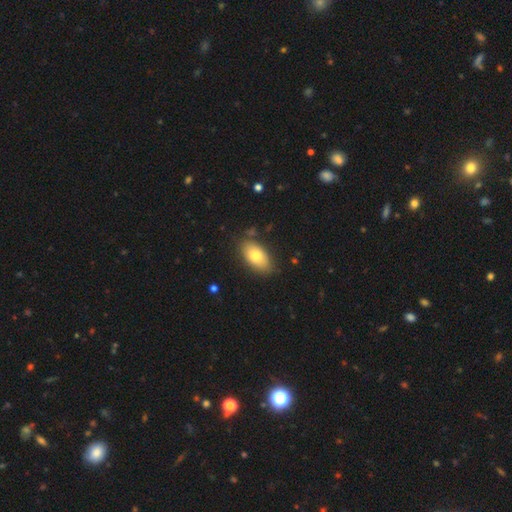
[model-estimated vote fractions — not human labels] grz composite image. It shows a smooth galaxy with no disk features (78%) that is in between round and cigar-shaped (93%). Merging: none (82%).